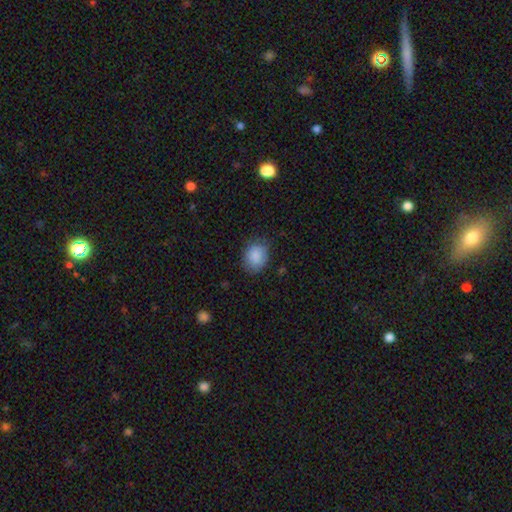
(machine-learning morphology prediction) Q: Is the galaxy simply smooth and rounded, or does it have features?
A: smooth — 87%.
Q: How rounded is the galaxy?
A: in between — 51%.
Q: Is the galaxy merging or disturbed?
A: none — 76%.